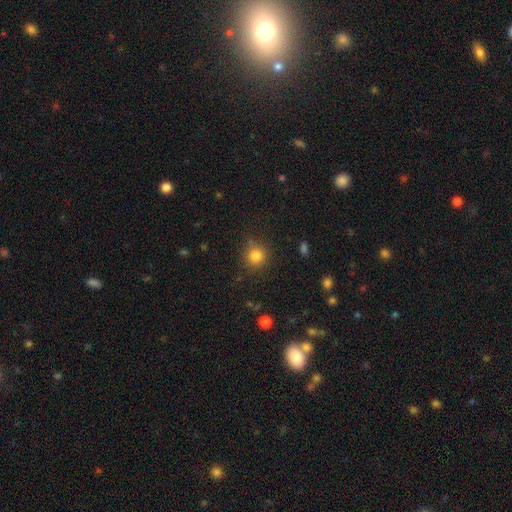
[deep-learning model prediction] smooth 82%, star or artifact 13%, featured or disk 5%. Down the decision tree: how rounded — round (92%); merging — none (83%).